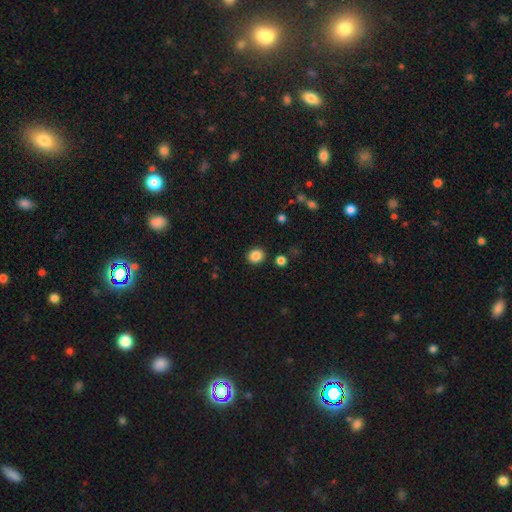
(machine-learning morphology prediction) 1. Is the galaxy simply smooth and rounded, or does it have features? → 86% smooth, 10% star or artifact, 4% featured or disk.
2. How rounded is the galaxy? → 76% round, 23% in between, 1% cigar-shaped.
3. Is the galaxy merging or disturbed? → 89% none, 6% minor disturbance, 2% merger, 2% major disturbance.